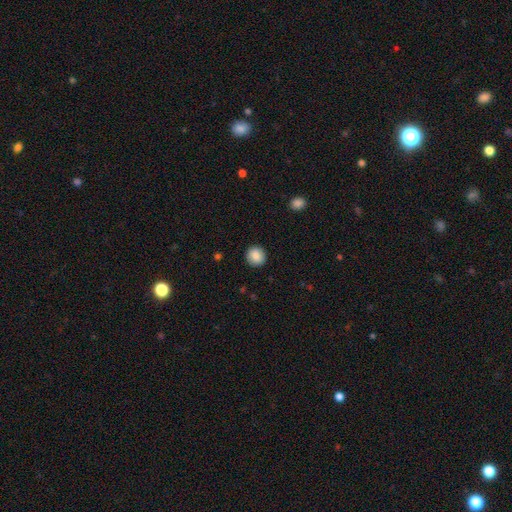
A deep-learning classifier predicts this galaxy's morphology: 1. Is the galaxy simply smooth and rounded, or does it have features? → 87% smooth, 8% star or artifact, 5% featured or disk.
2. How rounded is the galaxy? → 90% round, 9% in between, 1% cigar-shaped.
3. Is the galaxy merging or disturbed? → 91% none, 6% minor disturbance, 2% major disturbance, 1% merger.